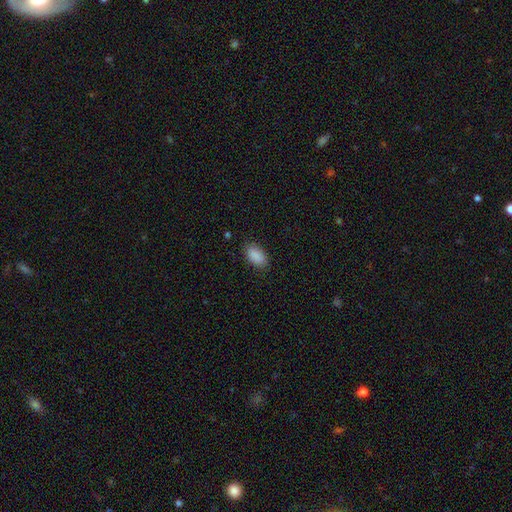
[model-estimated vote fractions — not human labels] Morphology: type=smooth (90%); roundness=in between (93%); merging=none (86%).